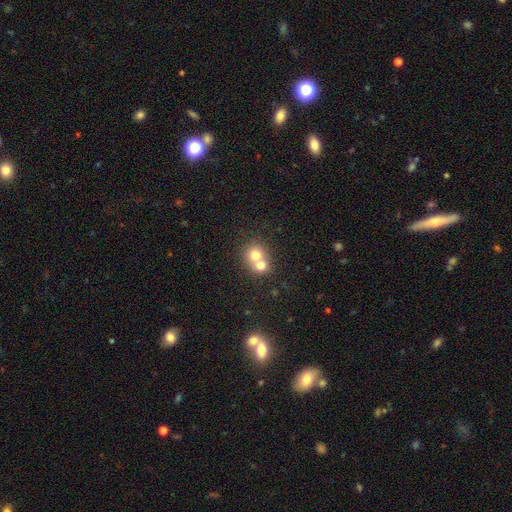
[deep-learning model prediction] Smooth or featured: smooth — 72% (featured or disk — 17%)
How rounded: round — 80% (in between — 19%)
Merging: merger — 67% (none — 27%)